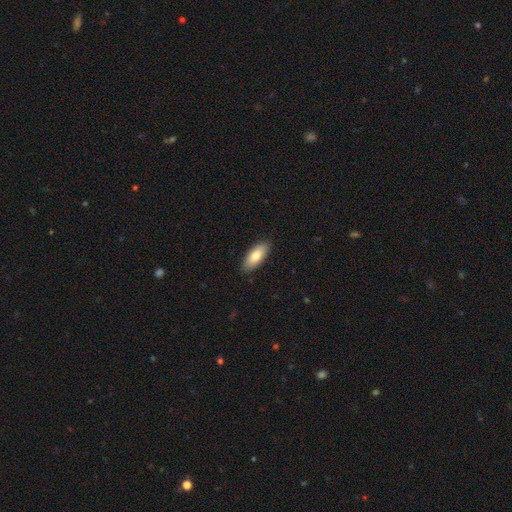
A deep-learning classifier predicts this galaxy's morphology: smooth_or_featured: smooth (p=0.77) [alt: featured or disk p=0.17]
how_rounded: in between (p=0.79) [alt: cigar-shaped p=0.19]
merging: none (p=0.88) [alt: minor disturbance p=0.09]